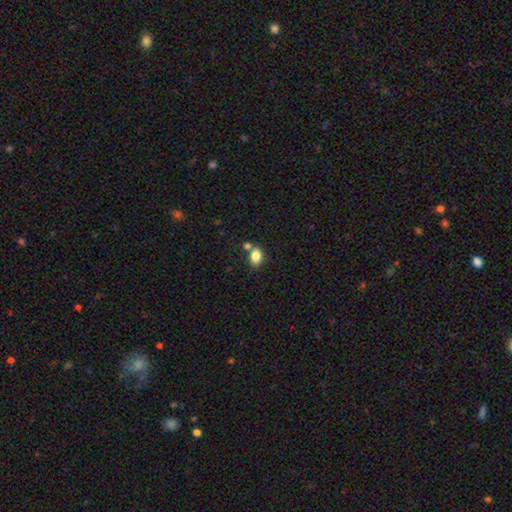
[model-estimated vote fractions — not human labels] Smooth or featured?
  - smooth: 84% *
  - star or artifact: 9%
  - featured or disk: 8%
How rounded?
  - in between: 86% *
  - round: 12%
  - cigar-shaped: 2%
Merging?
  - none: 62% *
  - merger: 23%
  - minor disturbance: 12%
  - major disturbance: 3%